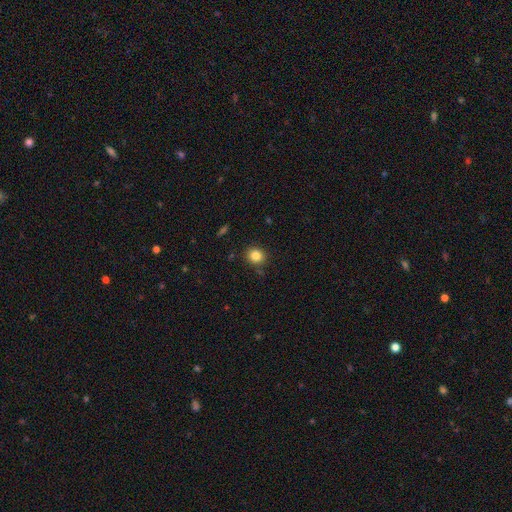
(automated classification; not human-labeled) smooth_or_featured: smooth (p=0.83) [alt: star or artifact p=0.11]
how_rounded: round (p=0.84) [alt: in between p=0.15]
merging: none (p=0.85) [alt: minor disturbance p=0.11]